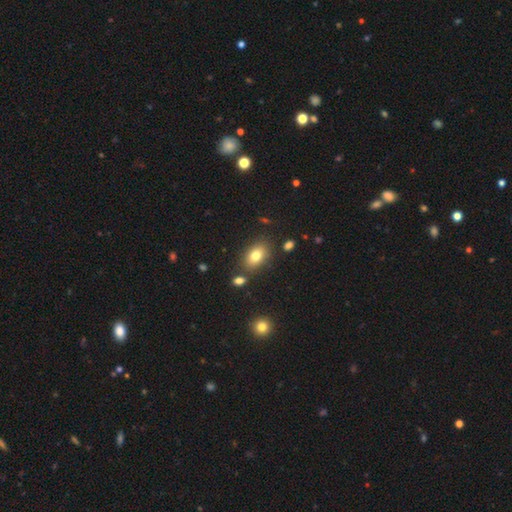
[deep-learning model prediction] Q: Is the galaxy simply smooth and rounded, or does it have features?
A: smooth — 79%.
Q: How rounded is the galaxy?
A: in between — 84%.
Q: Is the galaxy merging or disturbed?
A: none — 78%.